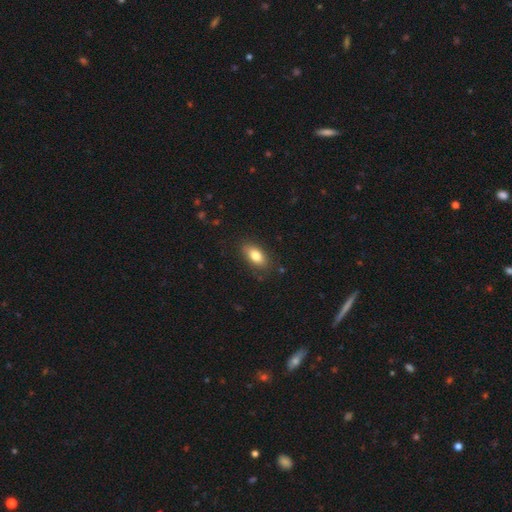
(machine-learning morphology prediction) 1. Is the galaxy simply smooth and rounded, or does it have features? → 80% smooth, 12% featured or disk, 7% star or artifact.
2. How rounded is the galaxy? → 89% in between, 6% cigar-shaped, 5% round.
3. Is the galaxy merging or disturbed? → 83% none, 13% minor disturbance, 3% major disturbance, 1% merger.